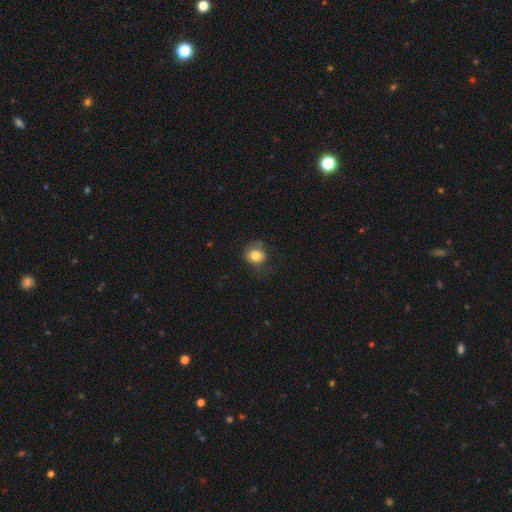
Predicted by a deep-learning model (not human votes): The model was most divided on "merging": none: 56%, minor disturbance: 26%, major disturbance: 17%, merger: 2%. More confident: smooth or featured — smooth (78%); how rounded — round (71%).